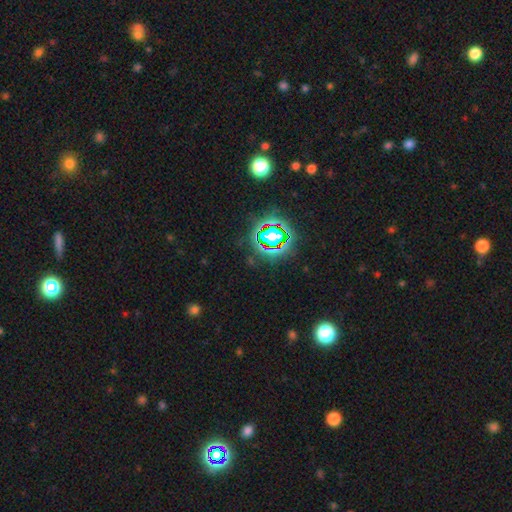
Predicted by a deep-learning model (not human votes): This is likely a star or artifact rather than a galaxy (78%).